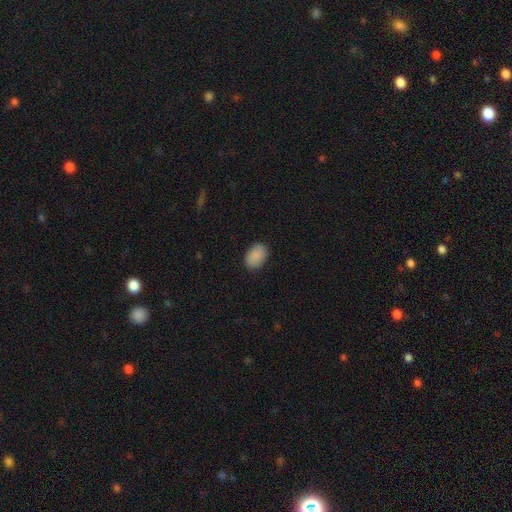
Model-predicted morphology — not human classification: Smooth or featured?
  - smooth: 89% *
  - star or artifact: 7%
  - featured or disk: 4%
How rounded?
  - in between: 84% *
  - round: 15%
  - cigar-shaped: 1%
Merging?
  - none: 86% *
  - minor disturbance: 10%
  - major disturbance: 2%
  - merger: 1%